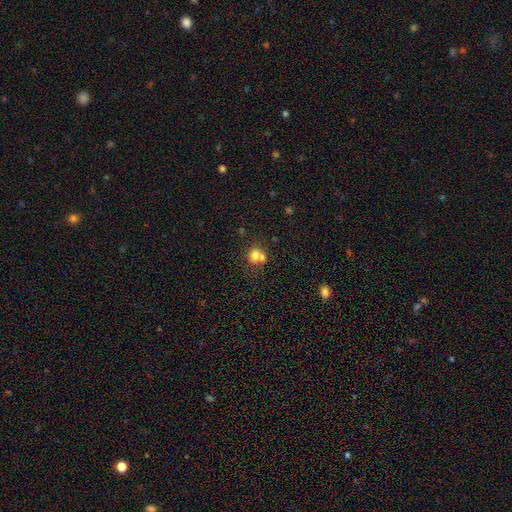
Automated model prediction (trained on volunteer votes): smooth 74%, featured or disk 13%, star or artifact 12%. Down the decision tree: how rounded — round (78%); merging — merger (50%).